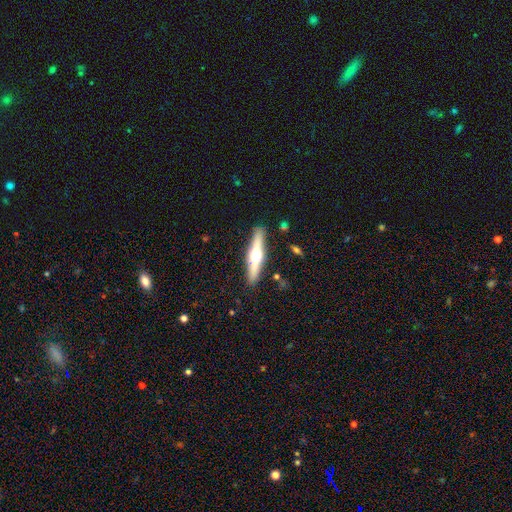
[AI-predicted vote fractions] The model was most divided on "smooth or featured": featured or disk: 66%, smooth: 29%, star or artifact: 6%. More confident: edge-on disk — yes (96%); edge-on bulge — rounded (95%); merging — none (89%).